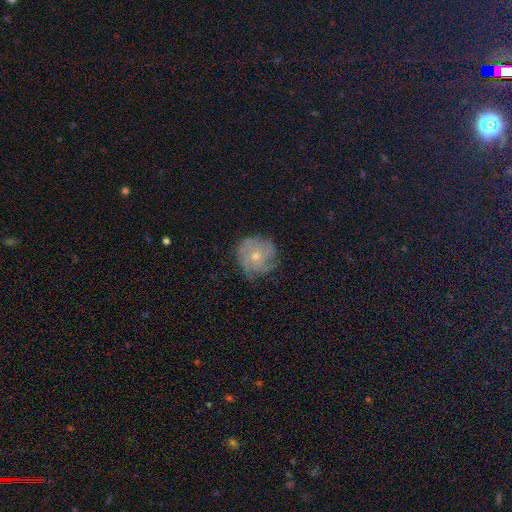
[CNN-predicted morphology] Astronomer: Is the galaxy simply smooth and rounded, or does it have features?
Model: featured or disk — 52% (runner-up: smooth, 38%).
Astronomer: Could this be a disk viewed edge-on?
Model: no — 97%.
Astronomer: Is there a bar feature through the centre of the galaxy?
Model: no — 86%.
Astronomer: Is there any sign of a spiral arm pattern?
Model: yes — 70%.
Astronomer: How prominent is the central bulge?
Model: moderate — 52% (runner-up: small, 43%).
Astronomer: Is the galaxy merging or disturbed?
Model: none — 68%.